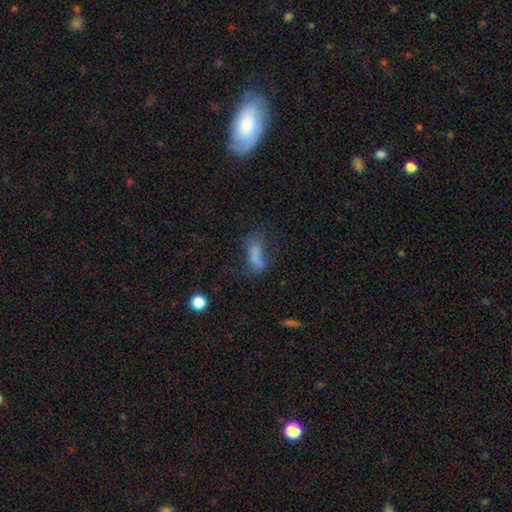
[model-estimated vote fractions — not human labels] Smooth or featured? Predicted: smooth (p=0.60). How rounded? Predicted: in between (p=0.71). Merging? Predicted: major disturbance (p=0.35, tied with none).